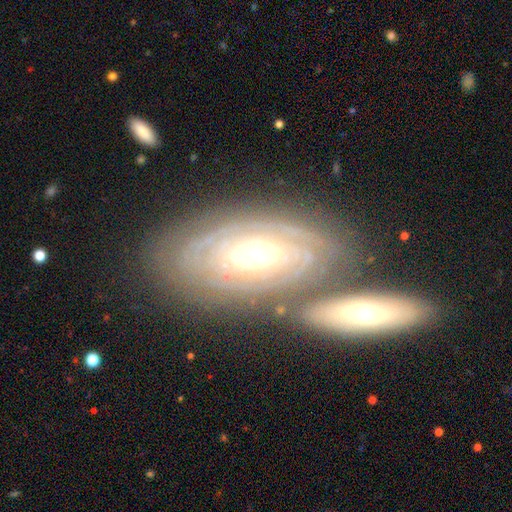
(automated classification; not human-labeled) A featured or disk galaxy (81%) with no bar (68%), tight (81%) spiral arms (80%) and a moderate central bulge (67%).

Vote fractions:
- Smooth or featured? featured or disk: 81% / smooth: 14% / star or artifact: 5%
- Edge-on disk? no: 90% / yes: 10%
- Bar? no: 68% / weak: 22% / strong: 10%
- Spiral arms? yes: 80% / no: 20%
- Spiral winding? tight: 81% / medium: 15% / loose: 4%
- Spiral arm count? can't tell: 58% / 2: 15% / 3: 11% / 4: 7% / more than 4: 5% / 1: 4%
- Bulge size? moderate: 67% / large: 22% / small: 8% / dominant: 2% / none: 1%
- Merging? none: 59% / merger: 21% / minor disturbance: 14% / major disturbance: 5%